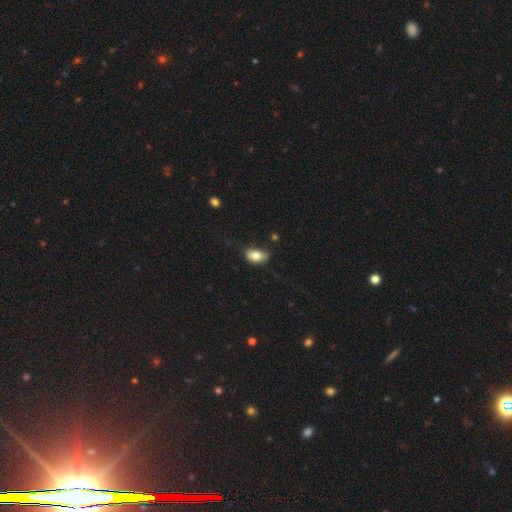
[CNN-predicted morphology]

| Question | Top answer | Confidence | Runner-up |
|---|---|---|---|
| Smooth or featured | smooth | 81% | featured or disk (11%) |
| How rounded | in between | 89% | round (9%) |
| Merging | none | 61% | minor disturbance (30%) |